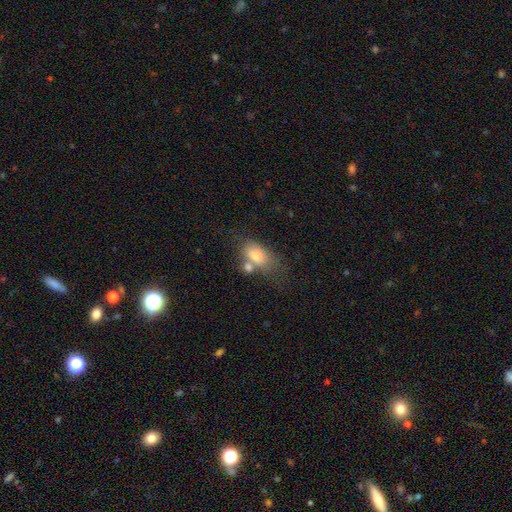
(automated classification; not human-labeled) Morphology: type=smooth (74%); roundness=in between (84%); merging=none (35%).